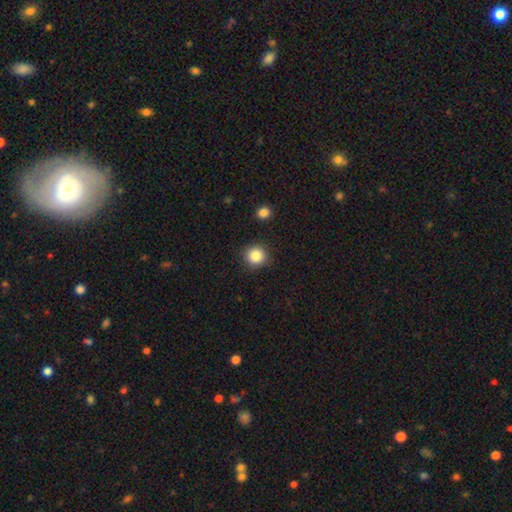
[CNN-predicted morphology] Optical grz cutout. It shows a smooth galaxy with no disk features (86%) that is round (92%). Merging: none (90%).